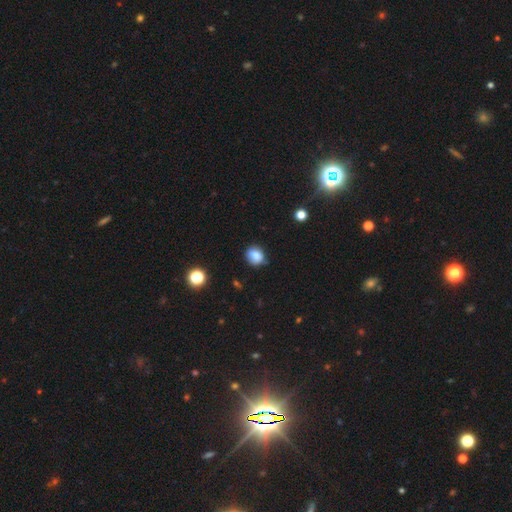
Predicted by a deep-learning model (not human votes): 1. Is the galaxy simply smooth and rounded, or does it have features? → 81% smooth, 10% star or artifact, 8% featured or disk.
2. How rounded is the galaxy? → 69% round, 30% in between, 1% cigar-shaped.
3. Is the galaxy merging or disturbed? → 74% none, 20% minor disturbance, 4% major disturbance, 3% merger.